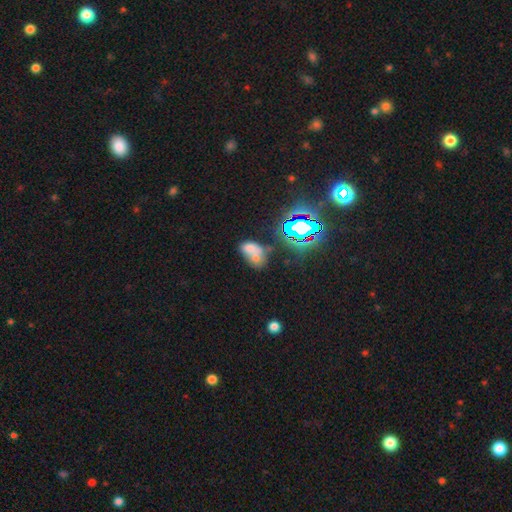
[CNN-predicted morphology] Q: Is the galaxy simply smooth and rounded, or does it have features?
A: smooth — 55%.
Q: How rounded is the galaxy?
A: in between — 79%.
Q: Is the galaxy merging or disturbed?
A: merger — 60%.